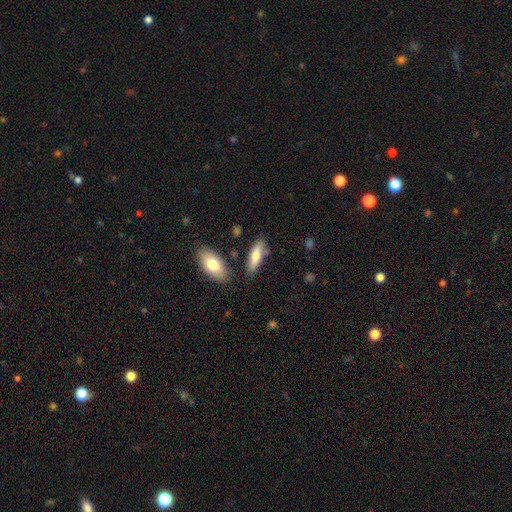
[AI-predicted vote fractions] A smooth galaxy with no disk features (70%) that is in between round and cigar-shaped (51%).

Vote fractions:
- Smooth or featured? smooth: 70% / featured or disk: 24% / star or artifact: 6%
- How rounded? in between: 51% / cigar-shaped: 47% / round: 2%
- Merging? none: 72% / minor disturbance: 17% / merger: 6% / major disturbance: 4%